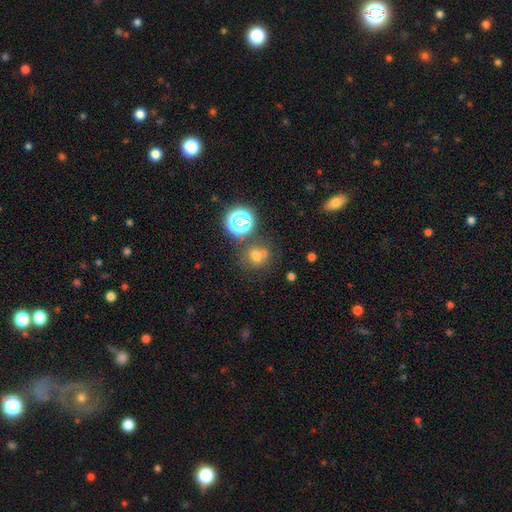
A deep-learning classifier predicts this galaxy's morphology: This appears to be a smooth galaxy with no disk features (61%) that is round (77%). Merging: none (59%).